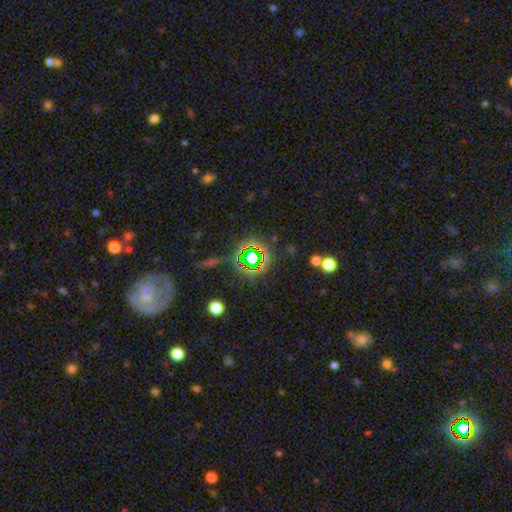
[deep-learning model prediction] A star or artifact, not a galaxy (71%).